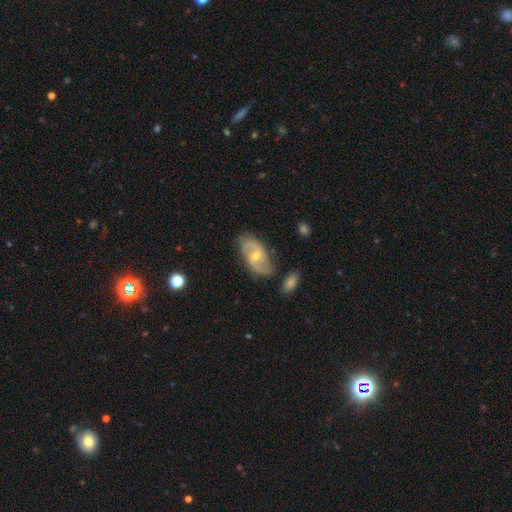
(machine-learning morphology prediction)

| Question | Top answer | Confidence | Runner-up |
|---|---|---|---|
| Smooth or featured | featured or disk | 79% | smooth (14%) |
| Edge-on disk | no | 95% | yes (5%) |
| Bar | no | 57% | weak (35%) |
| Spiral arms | yes | 91% | no (9%) |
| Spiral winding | medium | 45% | loose (28%) |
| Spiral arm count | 2 | 78% | can't tell (12%) |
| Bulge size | small | 51% | moderate (46%) |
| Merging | none | 73% | minor disturbance (18%) |